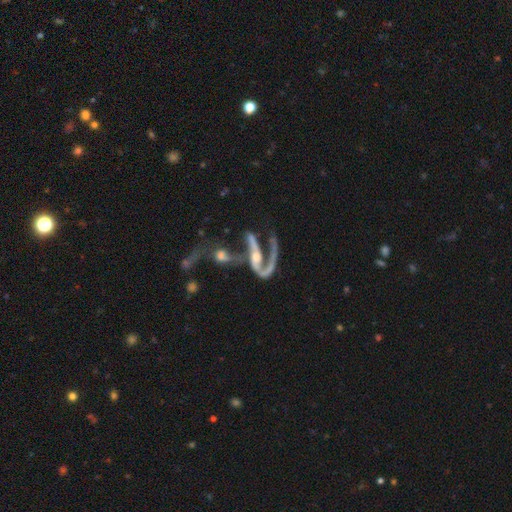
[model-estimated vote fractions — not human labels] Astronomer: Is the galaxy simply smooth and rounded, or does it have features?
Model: featured or disk — 83%.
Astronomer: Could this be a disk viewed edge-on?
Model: no — 80%.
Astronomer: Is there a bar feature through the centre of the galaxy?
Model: no — 42% (runner-up: strong, 32%).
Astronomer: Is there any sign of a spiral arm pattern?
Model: yes — 83%.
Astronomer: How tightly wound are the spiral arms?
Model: loose — 62%.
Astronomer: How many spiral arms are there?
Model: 2 — 56% (runner-up: 1, 35%).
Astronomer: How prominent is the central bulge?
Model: moderate — 47% (runner-up: small, 35%).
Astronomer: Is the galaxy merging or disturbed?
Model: merger — 45% (runner-up: major disturbance, 26%).